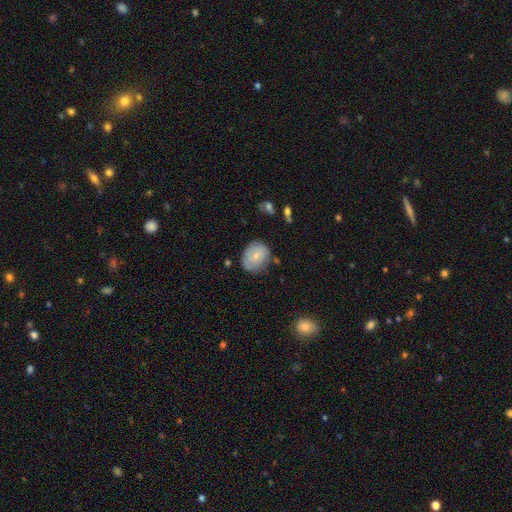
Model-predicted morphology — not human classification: A smooth galaxy with no disk features (60%) that is round (52%). Merging: none (70%).